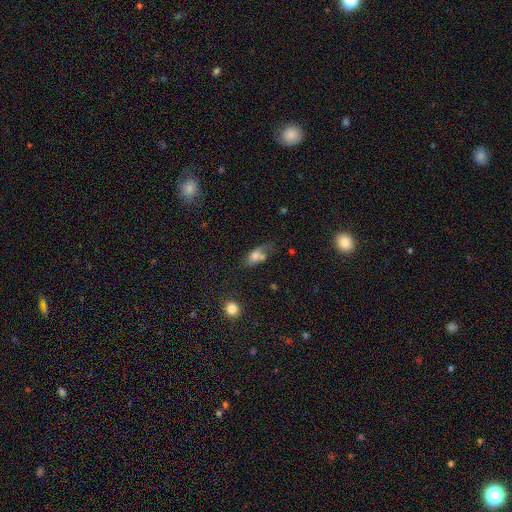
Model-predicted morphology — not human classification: Smooth or featured? Predicted: smooth (p=0.65). How rounded? Predicted: in between (p=0.79). Merging? Predicted: none (p=0.39).